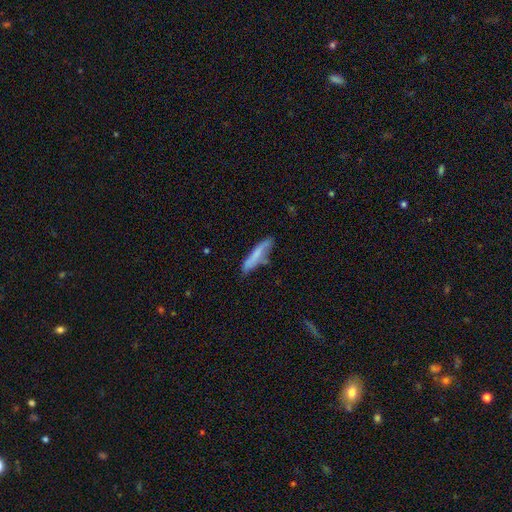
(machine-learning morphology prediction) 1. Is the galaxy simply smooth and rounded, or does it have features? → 68% smooth, 25% featured or disk, 7% star or artifact.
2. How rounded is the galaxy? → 85% cigar-shaped, 14% in between, 1% round.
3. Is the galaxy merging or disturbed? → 64% none, 24% minor disturbance, 6% major disturbance, 6% merger.